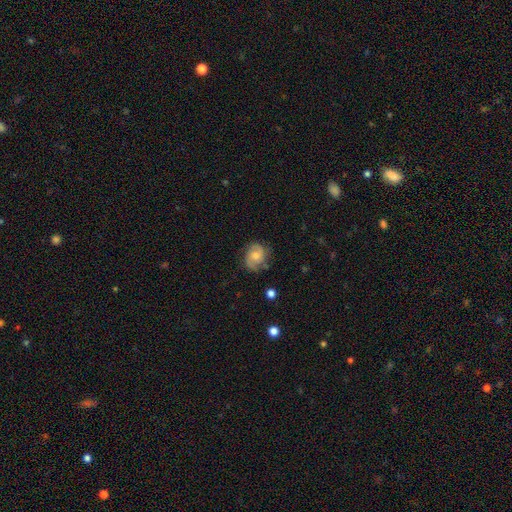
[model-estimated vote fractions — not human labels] A featured or disk galaxy (59%) with no bar (68%), 2 (75%) medium (45%) spiral arms (90%) and a moderate central bulge (54%). Merging: none (70%).